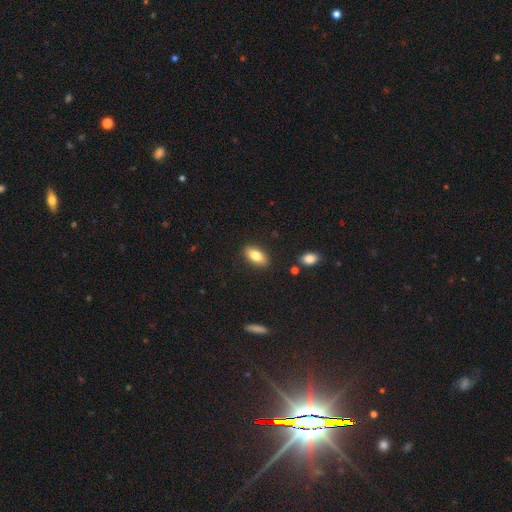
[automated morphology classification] This is clearly a smooth galaxy (82%). How rounded: clearly in between (89%). Merging: clearly none (88%).